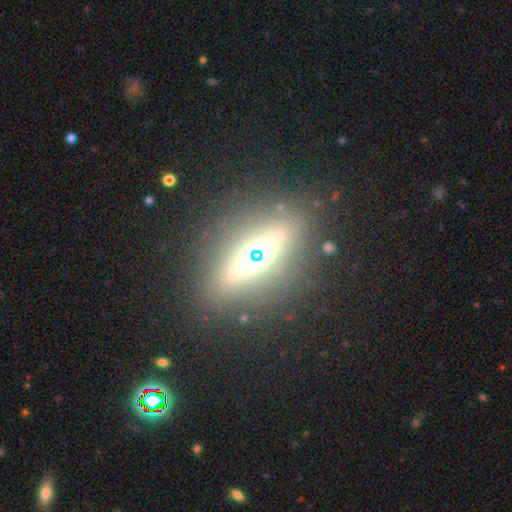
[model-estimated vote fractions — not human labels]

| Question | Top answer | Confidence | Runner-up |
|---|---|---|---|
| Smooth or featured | featured or disk | 50% | smooth (27%) |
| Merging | none | 84% | minor disturbance (8%) |